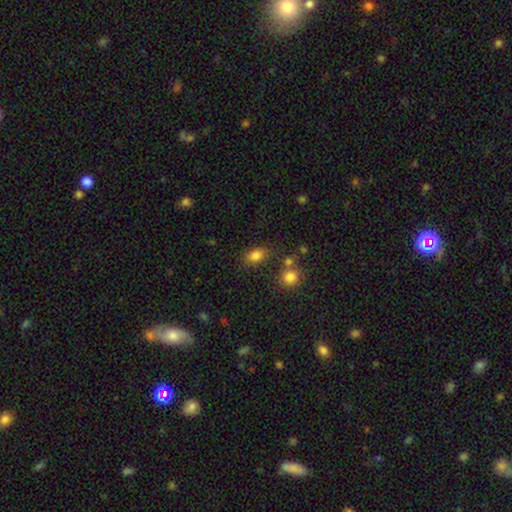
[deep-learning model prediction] Morphology: type=smooth (83%); roundness=in between (80%); merging=none (75%).